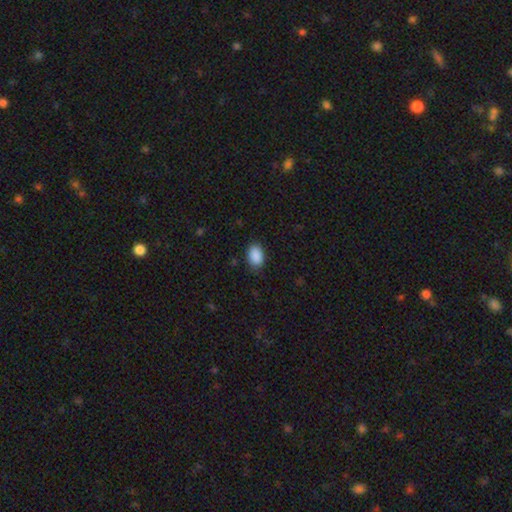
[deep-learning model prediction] A smooth galaxy with no disk features (90%) that is in between round and cigar-shaped (88%).

Vote fractions:
- Smooth or featured? smooth: 90% / star or artifact: 7% / featured or disk: 3%
- How rounded? in between: 88% / round: 11% / cigar-shaped: 1%
- Merging? none: 84% / minor disturbance: 12% / major disturbance: 3% / merger: 1%